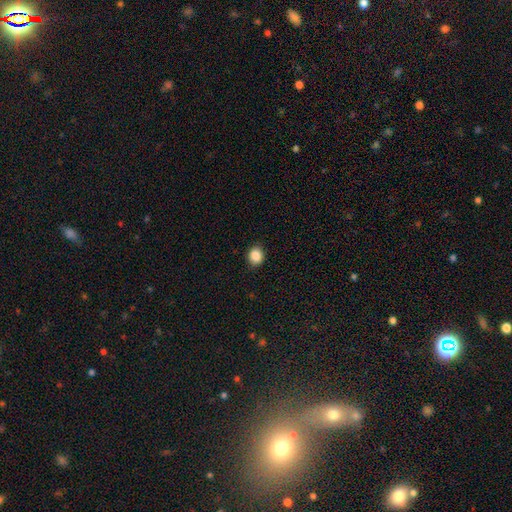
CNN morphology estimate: type=smooth (87%); roundness=round (74%); merging=none (90%).